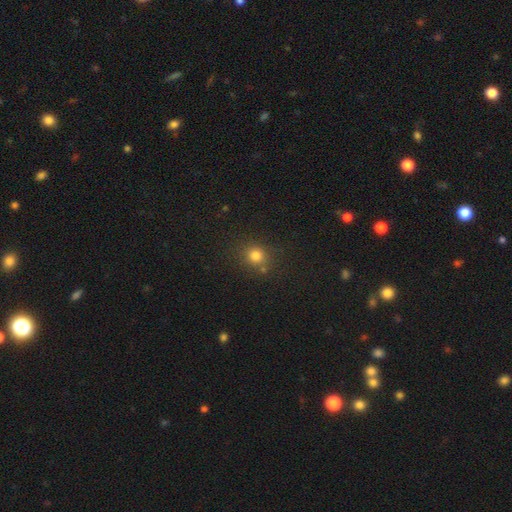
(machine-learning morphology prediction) This appears to be a smooth galaxy with no disk features (78%) that is round (84%). Merging: none (75%).